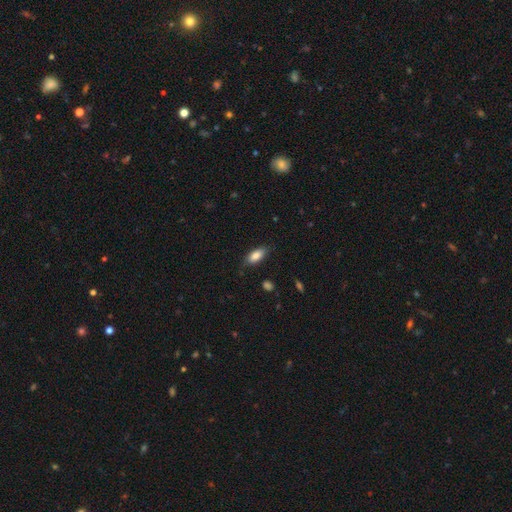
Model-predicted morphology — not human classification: Smooth or featured: smooth — 85% (featured or disk — 8%)
How rounded: in between — 85% (cigar-shaped — 12%)
Merging: none — 81% (minor disturbance — 15%)